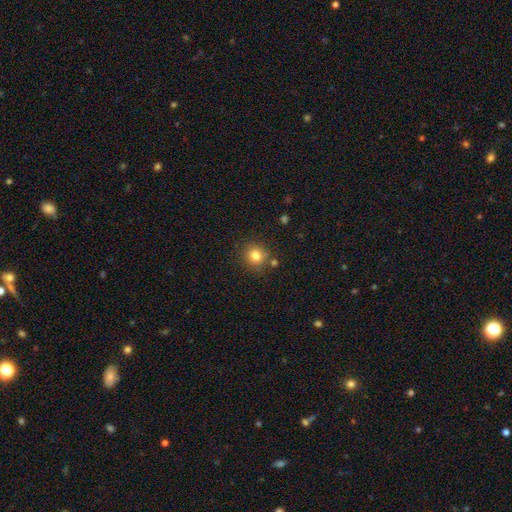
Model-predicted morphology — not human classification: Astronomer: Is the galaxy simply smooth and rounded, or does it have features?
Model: smooth — 80%.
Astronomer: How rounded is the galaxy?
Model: round — 91%.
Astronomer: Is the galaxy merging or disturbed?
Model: none — 81%.